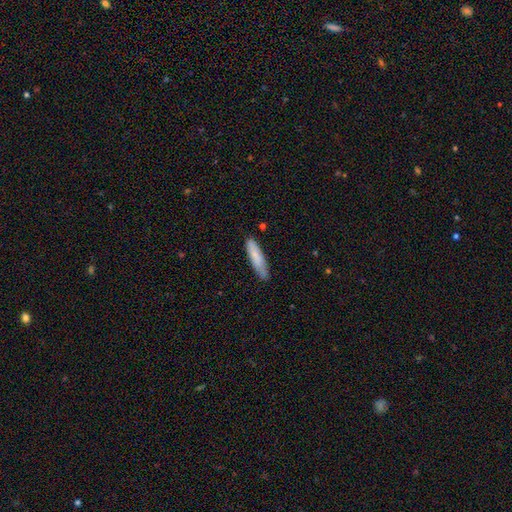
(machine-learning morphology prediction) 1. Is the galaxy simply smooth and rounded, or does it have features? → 79% smooth, 15% featured or disk, 6% star or artifact.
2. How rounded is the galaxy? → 78% cigar-shaped, 21% in between, 1% round.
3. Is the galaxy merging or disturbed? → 76% none, 19% minor disturbance, 3% major disturbance, 2% merger.